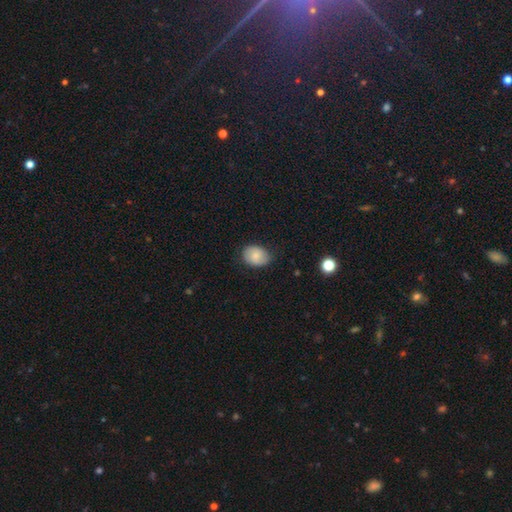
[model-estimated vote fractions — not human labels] Smooth or featured: smooth — 73% (featured or disk — 19%)
How rounded: in between — 59% (round — 40%)
Merging: none — 72% (minor disturbance — 22%)